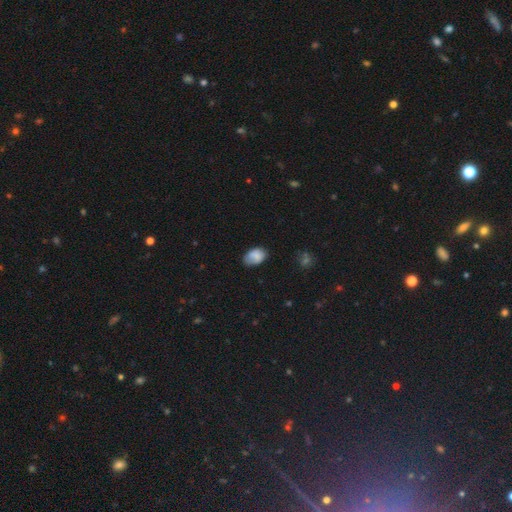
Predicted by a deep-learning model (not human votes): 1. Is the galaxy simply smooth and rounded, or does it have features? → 78% smooth, 14% featured or disk, 8% star or artifact.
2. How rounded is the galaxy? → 84% in between, 14% round, 1% cigar-shaped.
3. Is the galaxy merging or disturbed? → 63% none, 28% minor disturbance, 6% major disturbance, 2% merger.